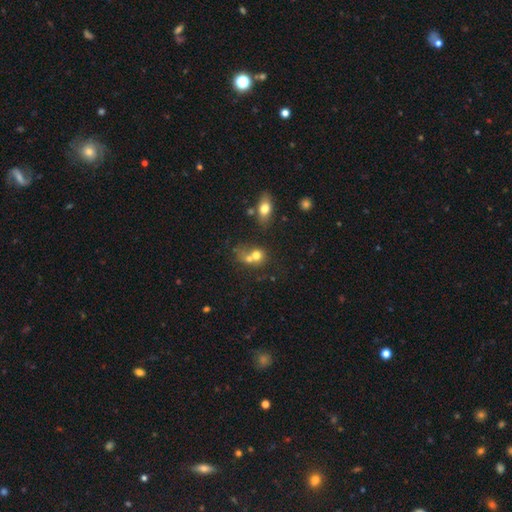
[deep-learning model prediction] Morphology: type=smooth (67%); roundness=round (65%); merging=merger (54%).